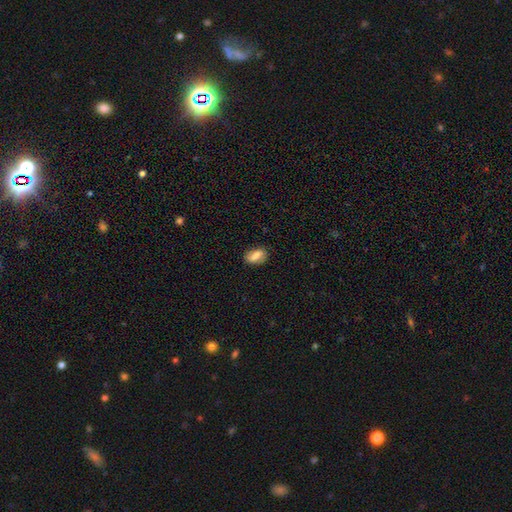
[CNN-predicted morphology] A smooth galaxy with no disk features (69%) that is in between round and cigar-shaped (84%).

Vote fractions:
- Smooth or featured? smooth: 69% / featured or disk: 23% / star or artifact: 8%
- How rounded? in between: 84% / round: 11% / cigar-shaped: 6%
- Merging? none: 81% / minor disturbance: 14% / major disturbance: 3% / merger: 1%